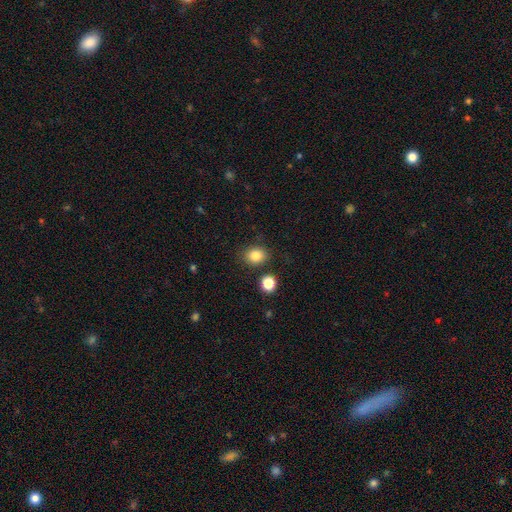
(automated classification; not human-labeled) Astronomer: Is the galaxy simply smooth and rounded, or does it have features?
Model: smooth — 84%.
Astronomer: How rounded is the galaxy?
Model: round — 61% (runner-up: in between, 38%).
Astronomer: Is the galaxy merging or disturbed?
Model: none — 82%.